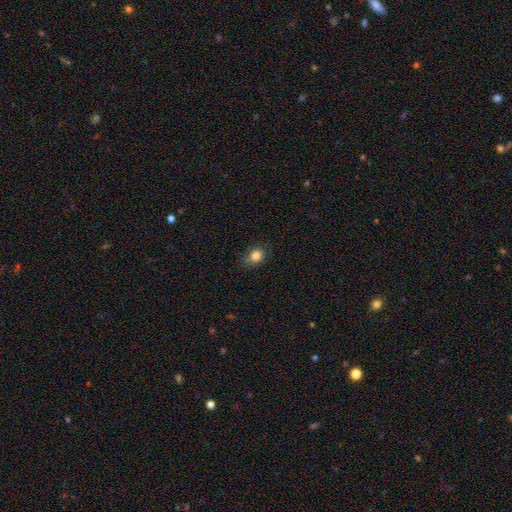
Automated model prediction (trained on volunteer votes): smooth-or-featured: smooth: 83% | star or artifact: 11% | featured or disk: 6%
  how-rounded: round: 56% | in between: 42% | cigar-shaped: 1%
  merging: none: 72% | minor disturbance: 22% | major disturbance: 5% | merger: 1%